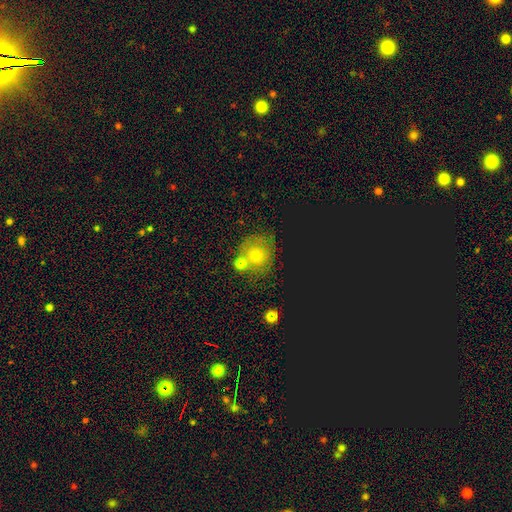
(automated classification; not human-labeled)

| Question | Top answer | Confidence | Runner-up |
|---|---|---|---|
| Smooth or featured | smooth | 60% | star or artifact (21%) |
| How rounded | round | 82% | in between (17%) |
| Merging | none | 61% | merger (21%) |